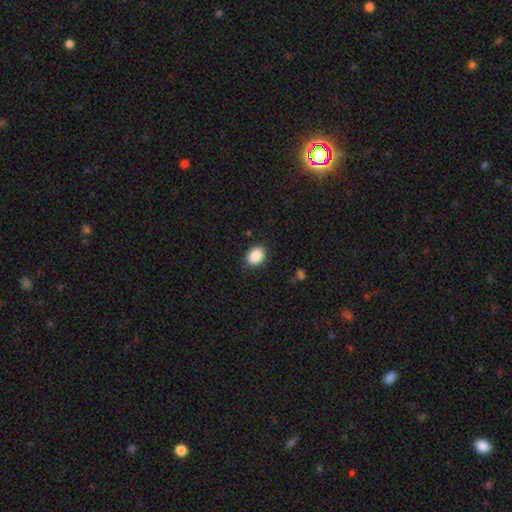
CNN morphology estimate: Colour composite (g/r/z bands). It shows a smooth galaxy with no disk features (89%) that is in between round and cigar-shaped (72%). Merging: none (87%).